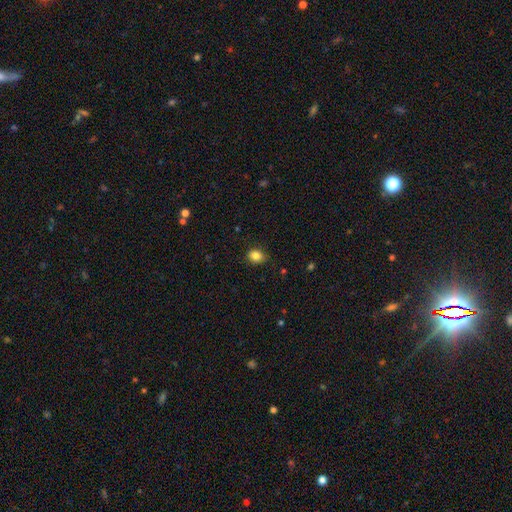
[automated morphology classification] Smooth or featured? Predicted: smooth (p=0.85). How rounded? Predicted: in between (p=0.55). Merging? Predicted: none (p=0.84).